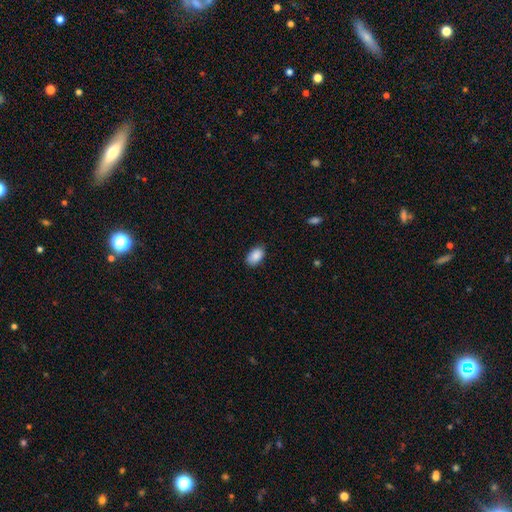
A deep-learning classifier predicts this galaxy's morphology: Q: Smooth or featured?
A: smooth (89%); runner-up: star or artifact (7%)
Q: How rounded?
A: in between (92%); runner-up: round (7%)
Q: Merging?
A: none (84%); runner-up: minor disturbance (13%)